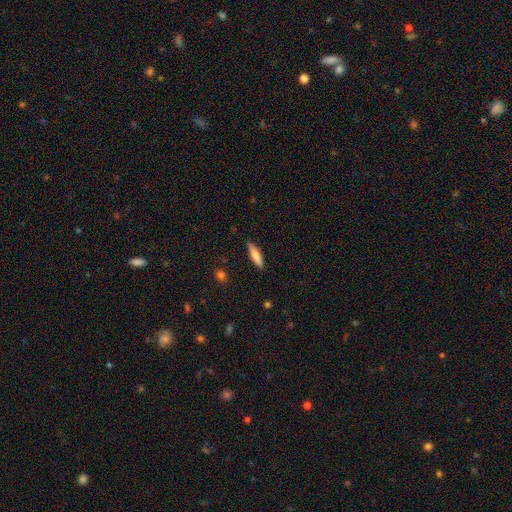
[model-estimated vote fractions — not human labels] smooth 73%, featured or disk 21%, star or artifact 6%. Down the decision tree: how rounded — cigar-shaped (75%); merging — none (86%).